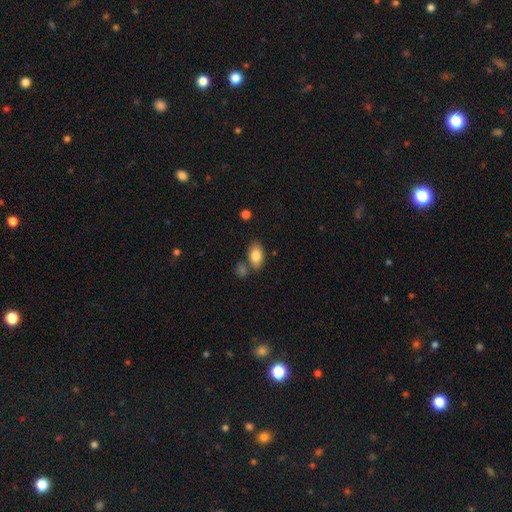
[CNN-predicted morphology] Smooth or featured: smooth — 82% (featured or disk — 11%)
How rounded: in between — 90% (round — 8%)
Merging: none — 71% (minor disturbance — 13%)